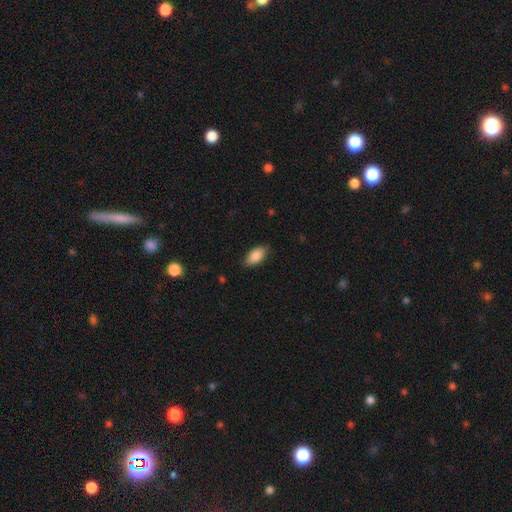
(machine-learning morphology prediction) smooth 86%, featured or disk 7%, star or artifact 7%. Down the decision tree: how rounded — in between (93%); merging — none (82%).